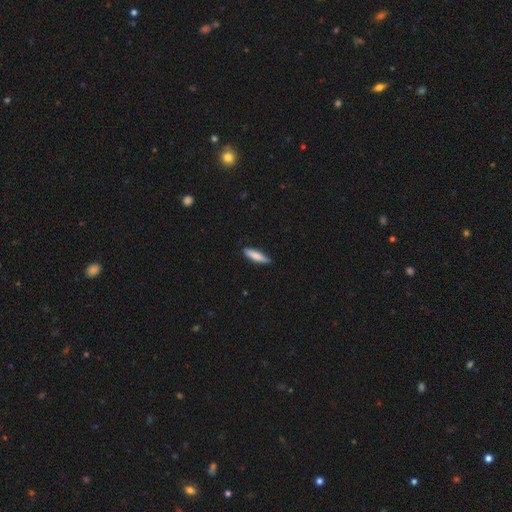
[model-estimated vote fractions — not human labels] Smooth or featured? smooth (82%)
How rounded? cigar-shaped (74%)
Merging? none (83%)